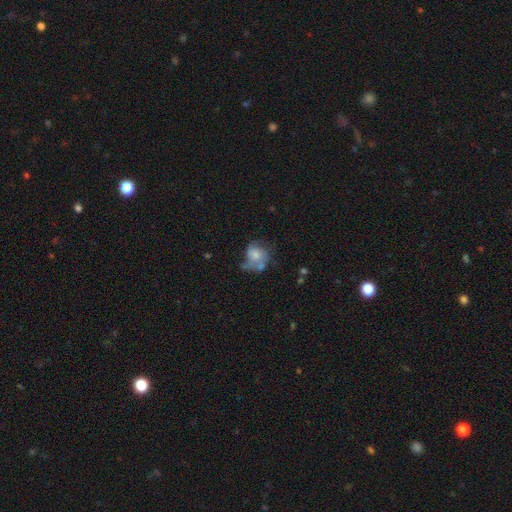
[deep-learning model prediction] Overall: smooth (53%; featured or disk 38%). How rounded: round (58%; in between 41%). Merging: major disturbance (31%; none 30%).